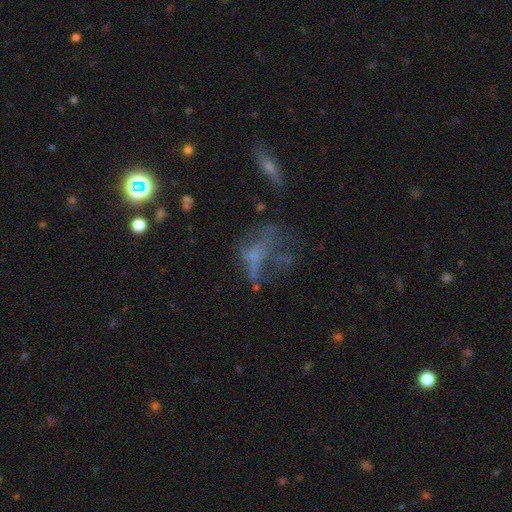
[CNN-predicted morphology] A featured or disk galaxy (46%). Merging: major disturbance (38%).